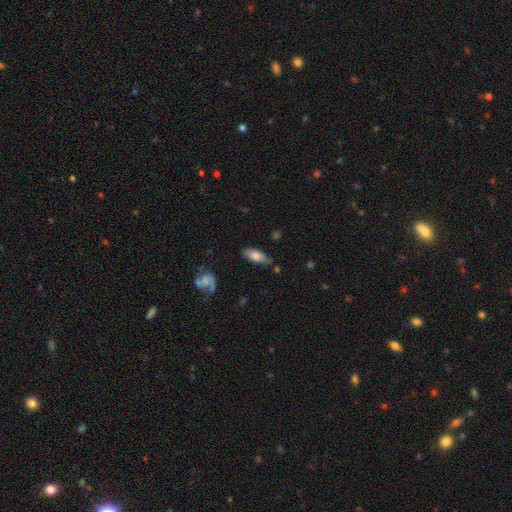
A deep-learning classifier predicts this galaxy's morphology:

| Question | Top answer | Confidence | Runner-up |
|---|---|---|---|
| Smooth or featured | smooth | 70% | featured or disk (24%) |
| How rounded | in between | 77% | cigar-shaped (20%) |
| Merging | none | 77% | minor disturbance (16%) |